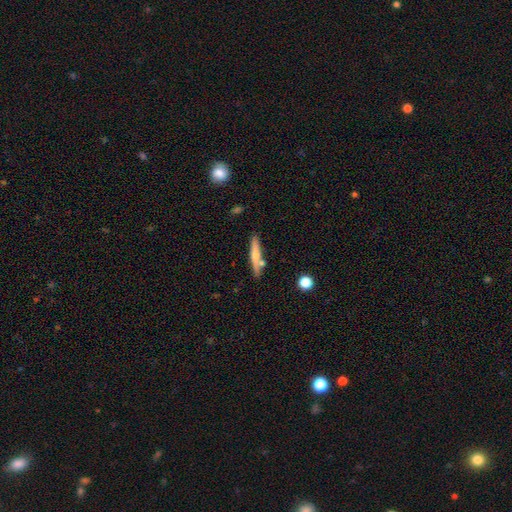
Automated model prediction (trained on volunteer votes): Smooth or featured: smooth — 58% (featured or disk — 36%)
How rounded: cigar-shaped — 89% (in between — 9%)
Merging: none — 74% (minor disturbance — 13%)